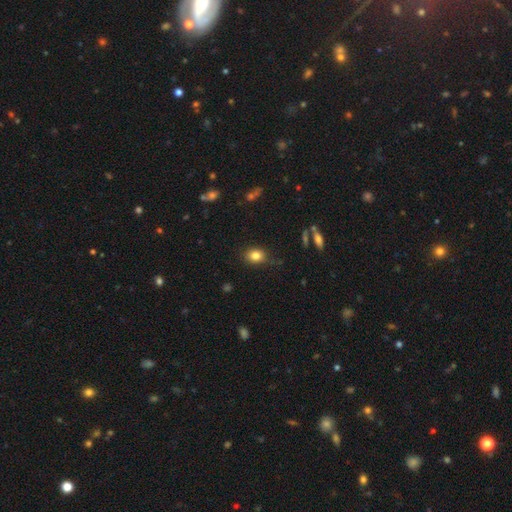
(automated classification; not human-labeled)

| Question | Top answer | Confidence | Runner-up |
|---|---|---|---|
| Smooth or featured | smooth | 82% | star or artifact (10%) |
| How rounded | in between | 58% | round (41%) |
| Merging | none | 79% | minor disturbance (16%) |